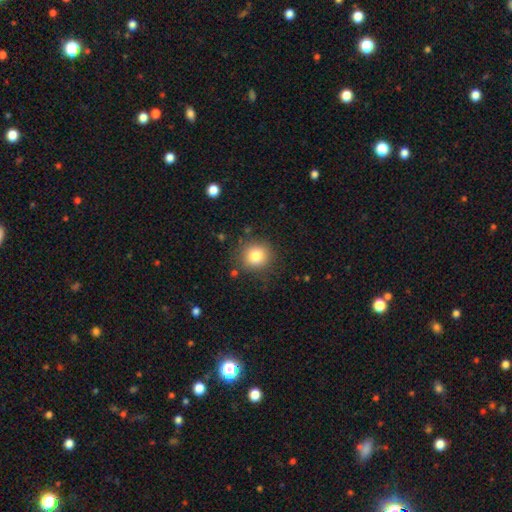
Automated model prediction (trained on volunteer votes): smooth_or_featured: smooth (p=0.82) [alt: star or artifact p=0.11]
how_rounded: round (p=0.89) [alt: in between p=0.10]
merging: none (p=0.84) [alt: minor disturbance p=0.10]